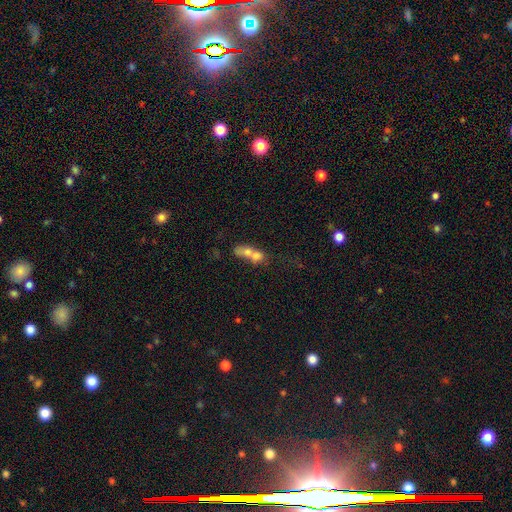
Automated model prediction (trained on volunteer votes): This appears to be a smooth galaxy with no disk features (62%) that is in between round and cigar-shaped (49%). Merging: merger (73%).